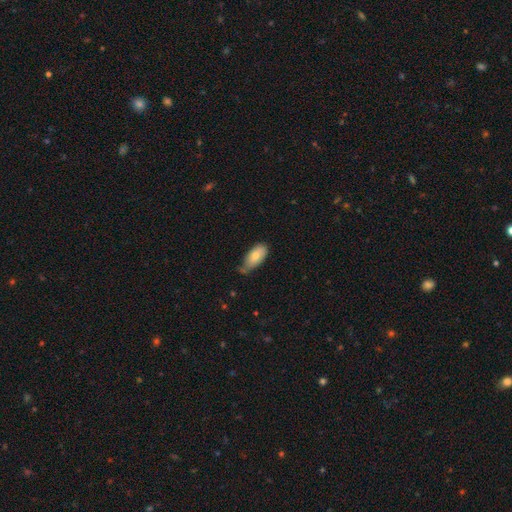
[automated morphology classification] Q: Smooth or featured?
A: smooth (76%); runner-up: featured or disk (17%)
Q: How rounded?
A: in between (91%); runner-up: cigar-shaped (6%)
Q: Merging?
A: none (48%); runner-up: minor disturbance (39%)